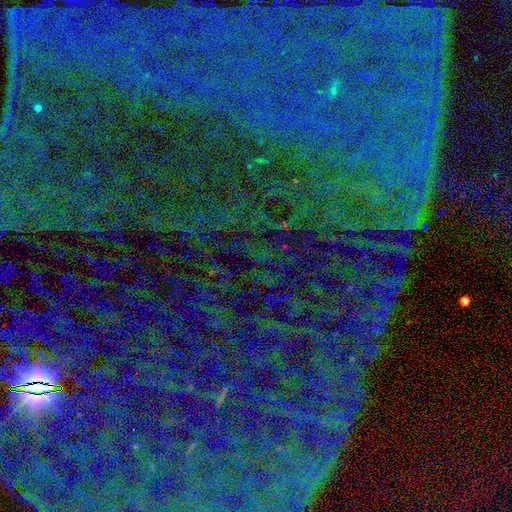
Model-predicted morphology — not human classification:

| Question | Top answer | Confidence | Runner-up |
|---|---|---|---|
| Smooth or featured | star or artifact | 78% | smooth (14%) |